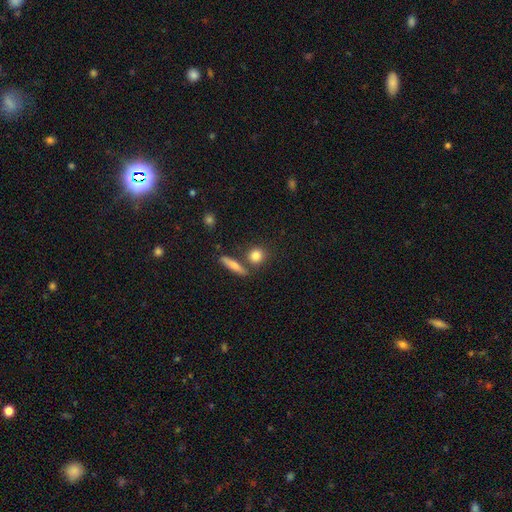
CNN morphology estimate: smooth 82%, featured or disk 9%, star or artifact 9%. Down the decision tree: how rounded — round (76%); merging — none (72%).